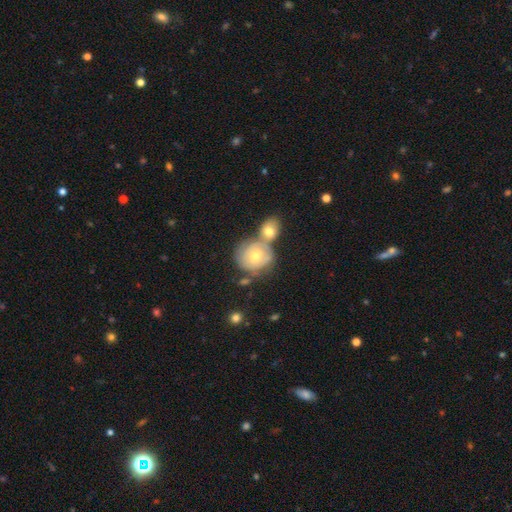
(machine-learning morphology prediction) A featured or disk galaxy (48%). Merging: none (50%).